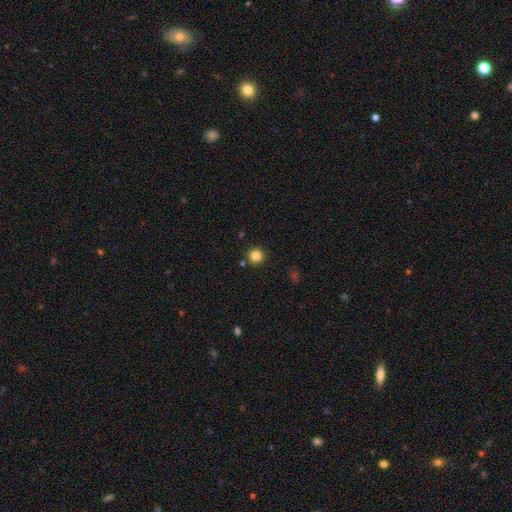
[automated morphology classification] Overall: smooth (83%). How rounded: round (95%). Merging: none (89%).